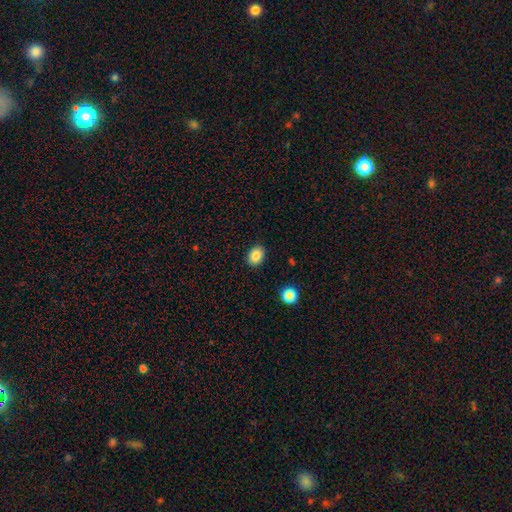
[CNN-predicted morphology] A smooth galaxy with no disk features (85%) that is in between round and cigar-shaped (71%). Merging: none (89%).